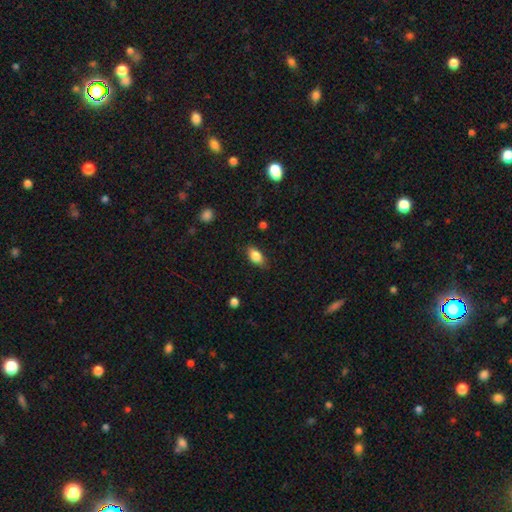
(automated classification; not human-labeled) Smooth or featured?
  - smooth: 85% *
  - star or artifact: 8%
  - featured or disk: 7%
How rounded?
  - in between: 89% *
  - round: 6%
  - cigar-shaped: 5%
Merging?
  - none: 83% *
  - minor disturbance: 13%
  - major disturbance: 3%
  - merger: 1%